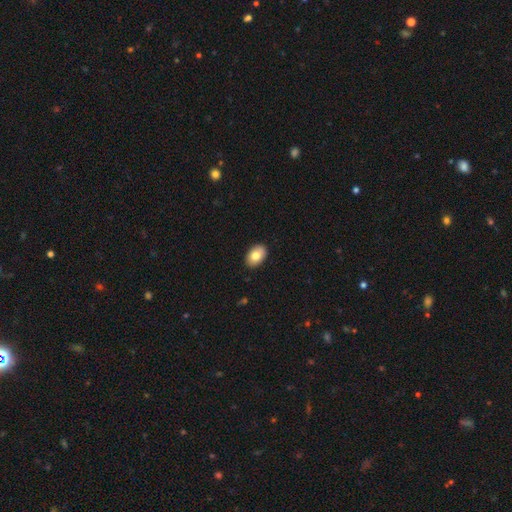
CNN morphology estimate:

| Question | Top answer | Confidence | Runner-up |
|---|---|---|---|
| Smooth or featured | smooth | 79% | featured or disk (14%) |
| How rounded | in between | 89% | round (10%) |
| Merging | none | 89% | minor disturbance (8%) |